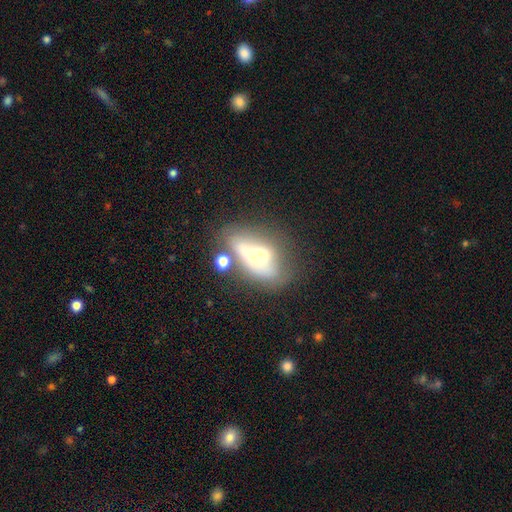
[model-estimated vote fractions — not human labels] Morphology: type=smooth (45%); merging=merger (40%).